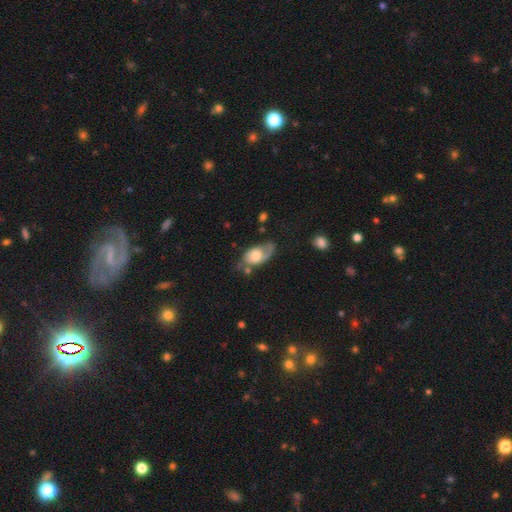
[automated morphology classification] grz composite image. It shows a featured or disk galaxy (49%). Merging: none (45%).